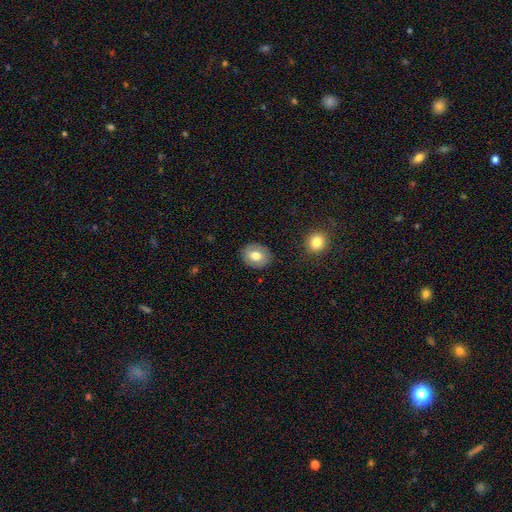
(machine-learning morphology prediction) This appears to be a smooth galaxy with no disk features (73%) that is round (57%). Merging: none (87%).